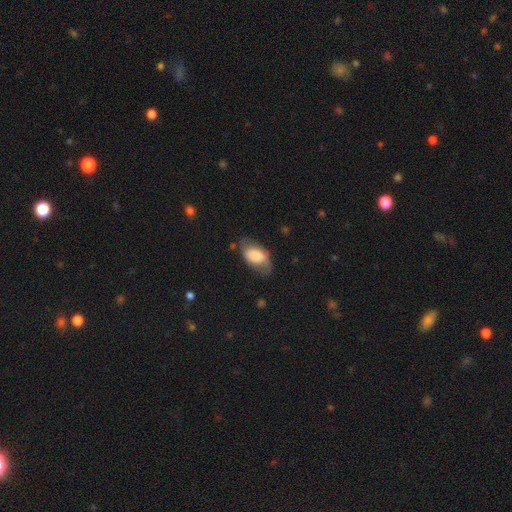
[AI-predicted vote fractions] Smooth or featured? smooth (62%)
How rounded? in between (91%)
Merging? none (53%)